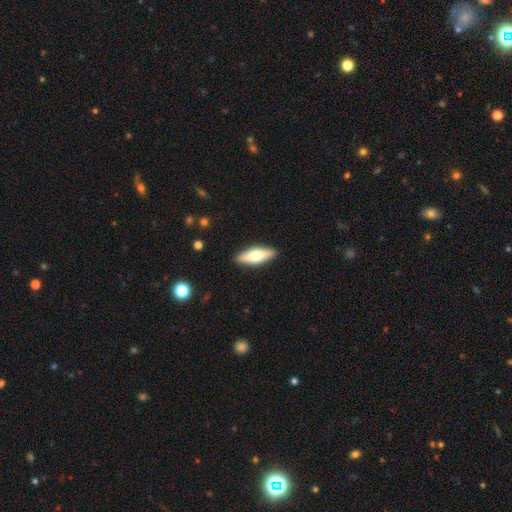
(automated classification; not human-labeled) A smooth galaxy with no disk features (55%) that is in between round and cigar-shaped (49%).

Vote fractions:
- Smooth or featured? smooth: 55% / featured or disk: 40% / star or artifact: 6%
- How rounded? in between: 49% / cigar-shaped: 48% / round: 2%
- Merging? none: 89% / minor disturbance: 8% / major disturbance: 2% / merger: 1%